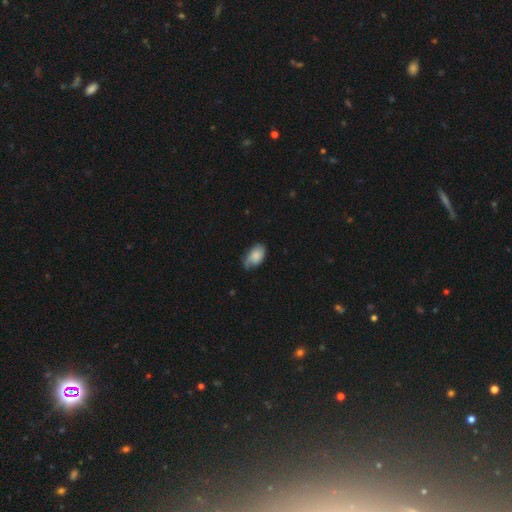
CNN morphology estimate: type=smooth (76%); roundness=in between (91%); merging=none (47%).